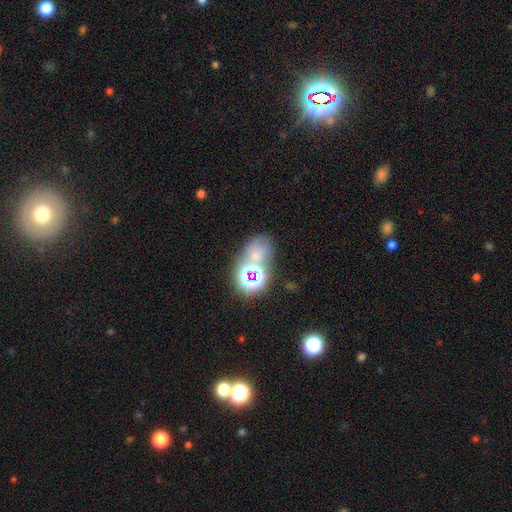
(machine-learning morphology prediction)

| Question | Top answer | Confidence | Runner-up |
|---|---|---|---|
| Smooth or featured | smooth | 49% | star or artifact (35%) |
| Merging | none | 44% | merger (33%) |